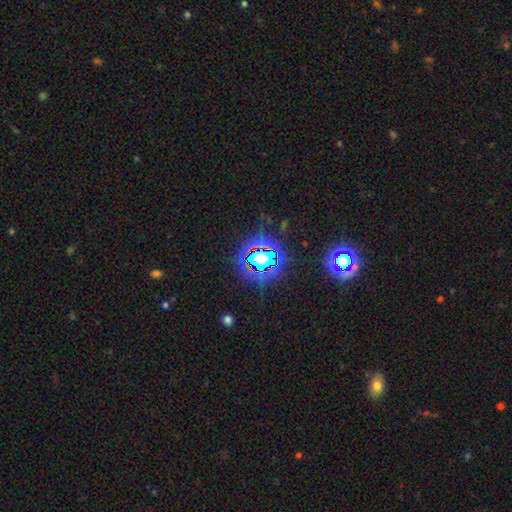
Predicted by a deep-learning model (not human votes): Smooth or featured? Predicted: star or artifact (p=0.72).